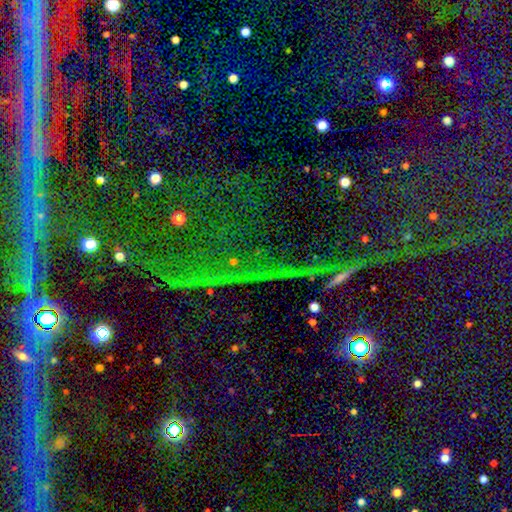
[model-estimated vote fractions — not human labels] Morphology: type=star or artifact (79%).